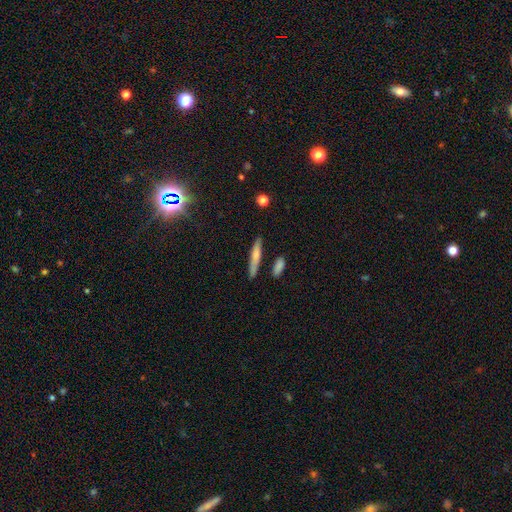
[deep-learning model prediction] Morphology: type=smooth (66%); roundness=cigar-shaped (88%); merging=none (77%).